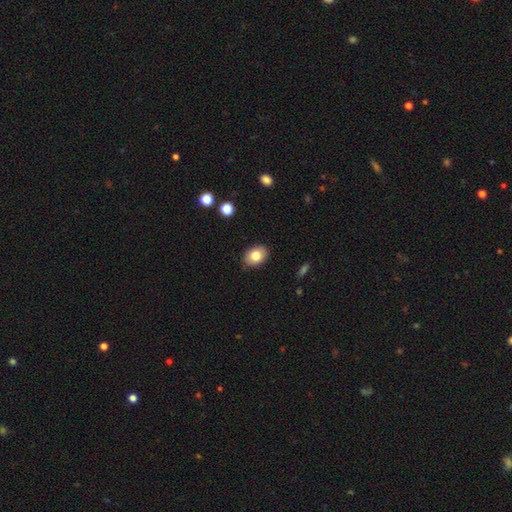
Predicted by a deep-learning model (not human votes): smooth 80%, featured or disk 11%, star or artifact 9%. Down the decision tree: how rounded — in between (74%); merging — none (86%).